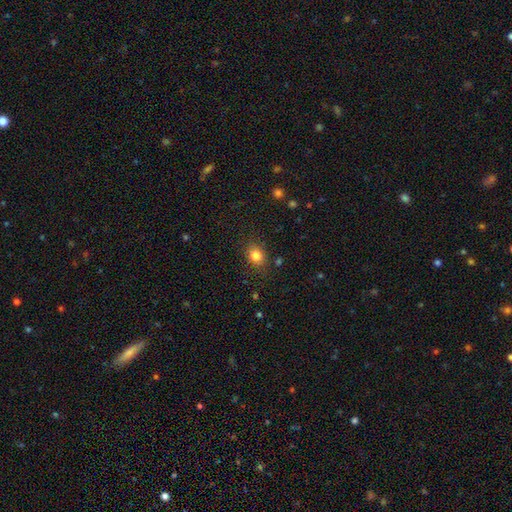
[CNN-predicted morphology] smooth 83%, star or artifact 11%, featured or disk 6%. Down the decision tree: how rounded — in between (56%); merging — none (82%).